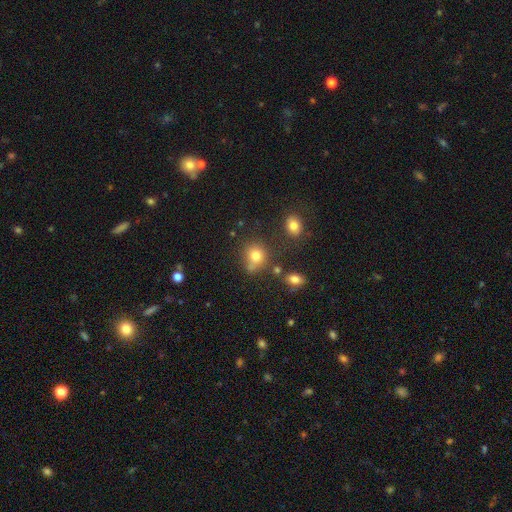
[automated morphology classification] Q: Smooth or featured?
A: smooth (76%); runner-up: star or artifact (15%)
Q: How rounded?
A: round (75%); runner-up: in between (24%)
Q: Merging?
A: none (60%); runner-up: minor disturbance (19%)